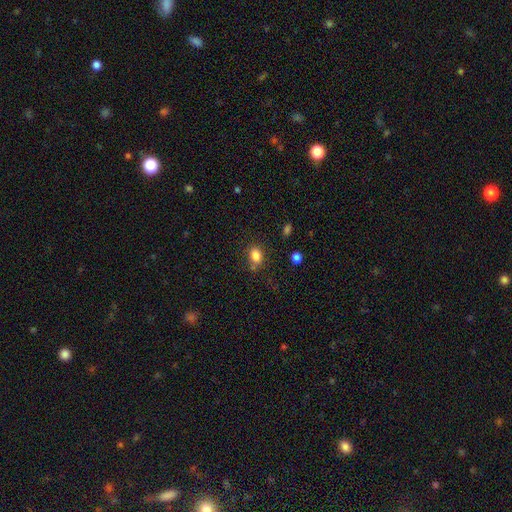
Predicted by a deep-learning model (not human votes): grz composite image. It shows a smooth galaxy with no disk features (84%) that is in between round and cigar-shaped (69%). Merging: none (72%).